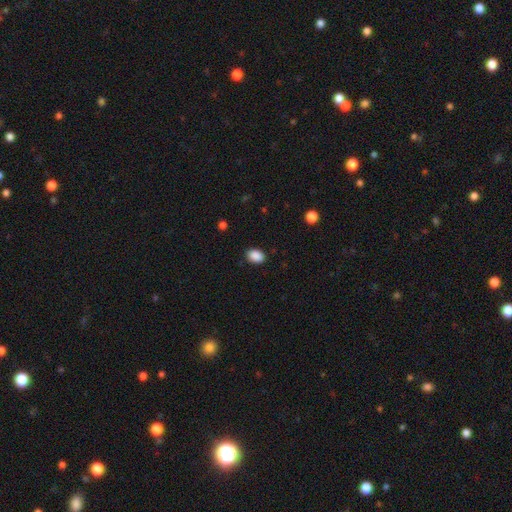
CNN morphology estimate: This appears to be a smooth galaxy with no disk features (89%) that is in between round and cigar-shaped (81%). Merging: none (88%).